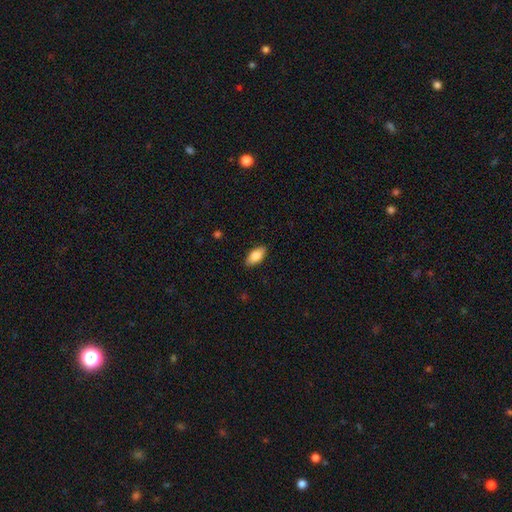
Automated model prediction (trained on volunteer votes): Q: Smooth or featured?
A: smooth (85%); runner-up: featured or disk (9%)
Q: How rounded?
A: in between (91%); runner-up: cigar-shaped (7%)
Q: Merging?
A: none (88%); runner-up: minor disturbance (9%)